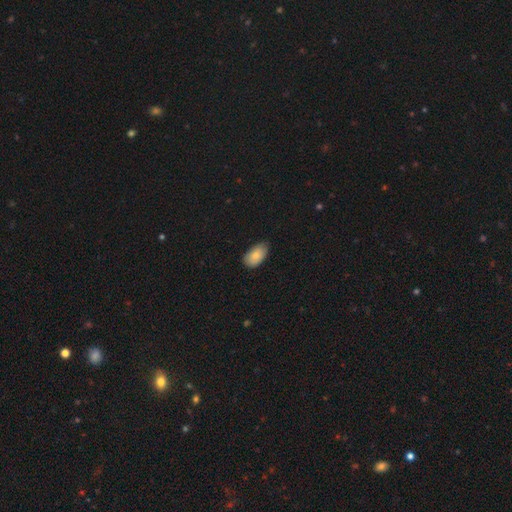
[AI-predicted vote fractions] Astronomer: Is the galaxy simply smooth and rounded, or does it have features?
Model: smooth — 79%.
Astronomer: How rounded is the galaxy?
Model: in between — 92%.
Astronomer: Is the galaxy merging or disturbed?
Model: none — 65%.